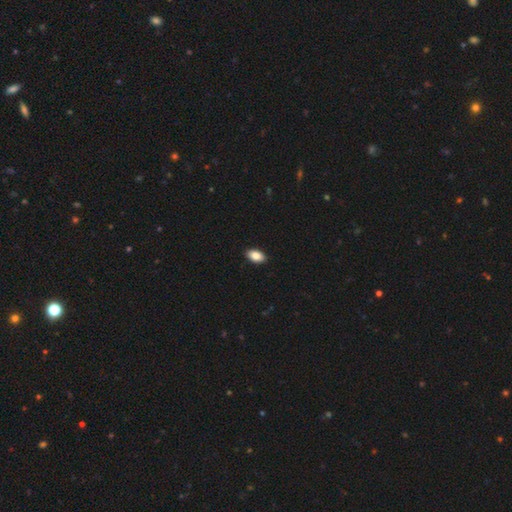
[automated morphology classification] Smooth or featured? Predicted: smooth (p=0.86). How rounded? Predicted: in between (p=0.93). Merging? Predicted: none (p=0.91).